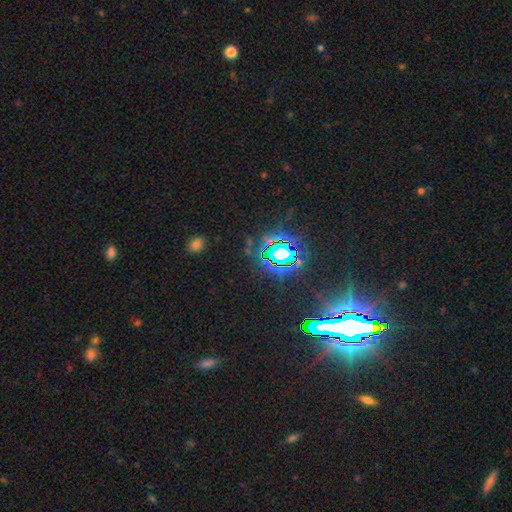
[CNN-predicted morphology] Overall: star or artifact (79%).